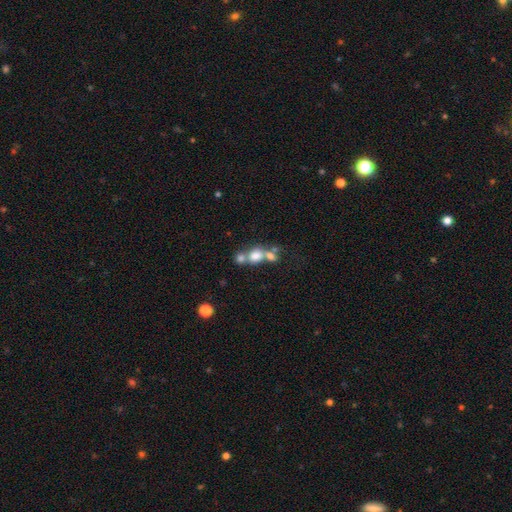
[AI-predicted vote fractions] Overall: smooth (72%). How rounded: round (58%; in between 40%). Merging: merger (56%; none 30%).